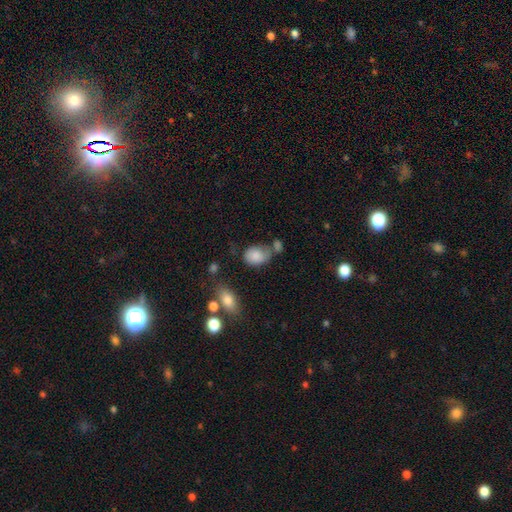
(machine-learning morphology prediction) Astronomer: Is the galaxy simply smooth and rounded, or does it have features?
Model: smooth — 83%.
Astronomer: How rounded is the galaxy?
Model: in between — 70%.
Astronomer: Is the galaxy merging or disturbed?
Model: none — 46% (runner-up: minor disturbance, 24%).